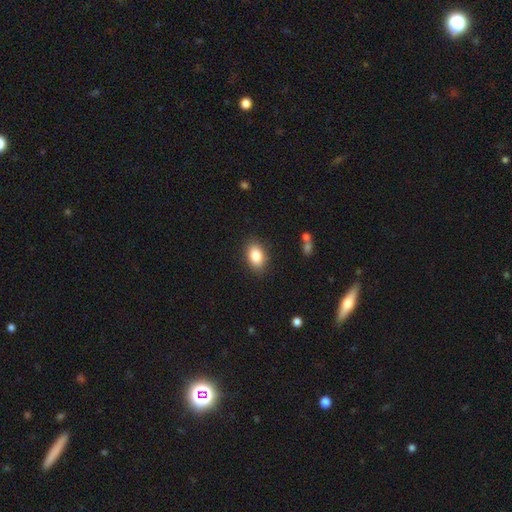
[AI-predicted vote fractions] This is clearly a smooth galaxy (85%). How rounded: clearly in between (86%). Merging: clearly none (86%).